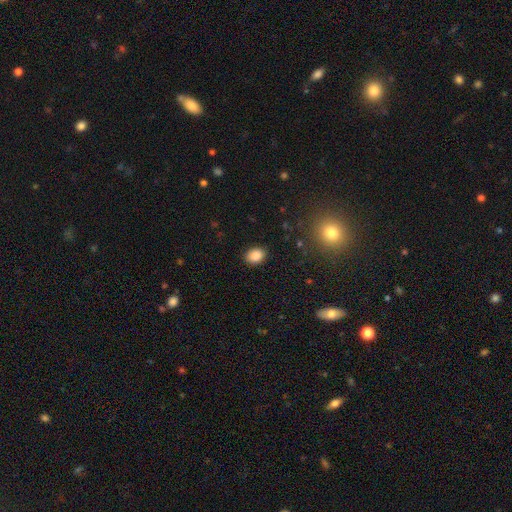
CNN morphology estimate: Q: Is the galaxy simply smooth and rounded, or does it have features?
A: smooth — 87%.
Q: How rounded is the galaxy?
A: in between — 66%.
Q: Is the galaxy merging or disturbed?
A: none — 88%.